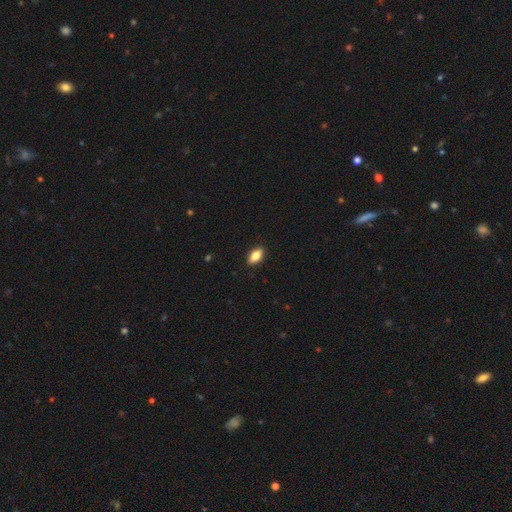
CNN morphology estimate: Smooth or featured? smooth (82%)
How rounded? in between (88%)
Merging? none (90%)